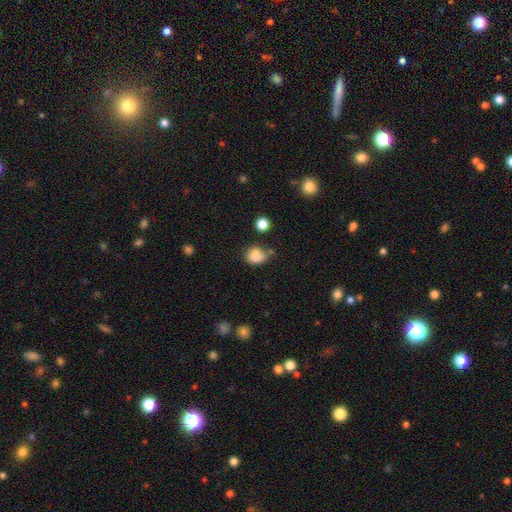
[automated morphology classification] Overall: smooth (76%). How rounded: in between (53%; round 45%). Merging: none (41%; merger 28%).